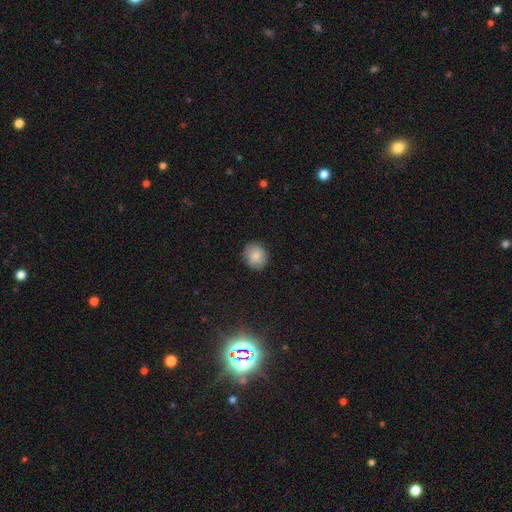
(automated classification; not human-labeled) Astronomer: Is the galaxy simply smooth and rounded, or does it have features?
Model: smooth — 80%.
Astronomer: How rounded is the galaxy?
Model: round — 83%.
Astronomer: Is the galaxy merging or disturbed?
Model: none — 85%.